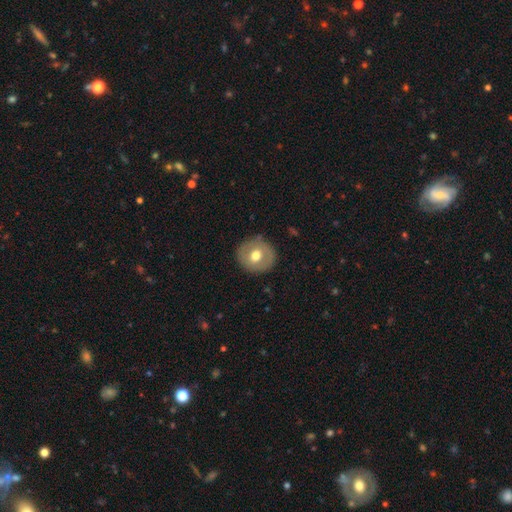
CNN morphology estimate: Q: Smooth or featured?
A: smooth (59%); runner-up: featured or disk (34%)
Q: How rounded?
A: round (87%); runner-up: in between (12%)
Q: Merging?
A: none (86%); runner-up: minor disturbance (10%)